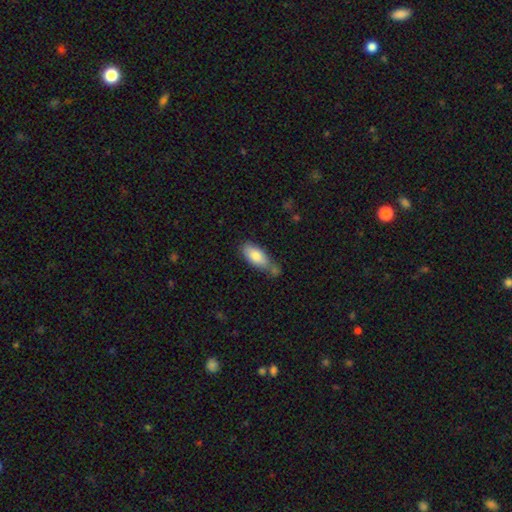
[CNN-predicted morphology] Smooth or featured? Predicted: smooth (p=0.82). How rounded? Predicted: in between (p=0.86). Merging? Predicted: none (p=0.49).